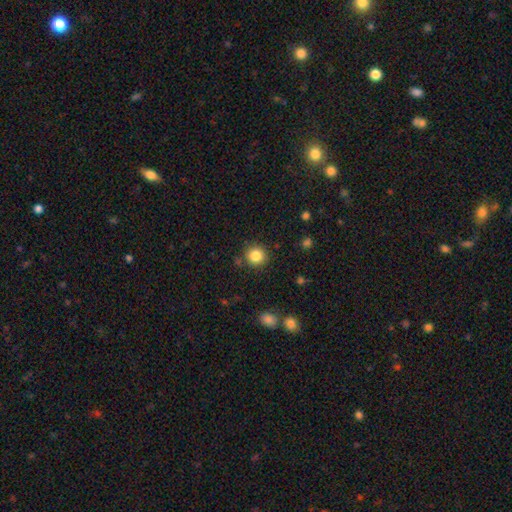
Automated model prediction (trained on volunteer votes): Overall: smooth (84%). How rounded: round (93%). Merging: none (87%).